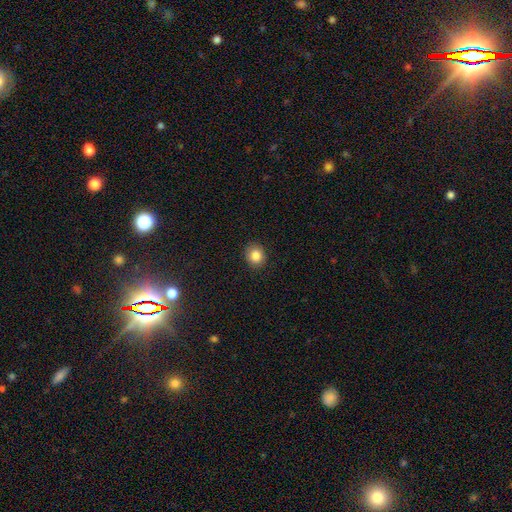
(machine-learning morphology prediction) Smooth or featured?
  - smooth: 85% *
  - star or artifact: 10%
  - featured or disk: 5%
How rounded?
  - round: 82% *
  - in between: 18%
  - cigar-shaped: 1%
Merging?
  - none: 90% *
  - minor disturbance: 7%
  - major disturbance: 2%
  - merger: 1%